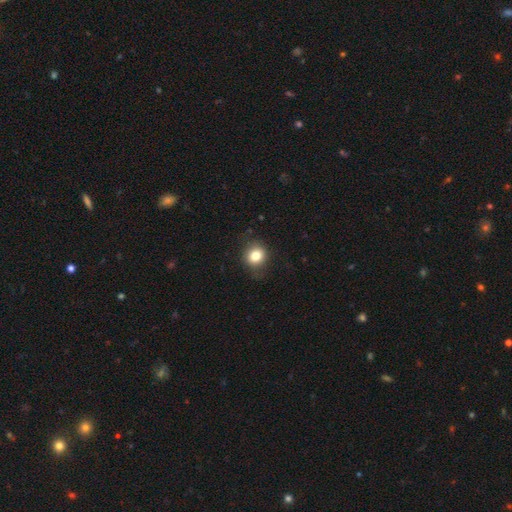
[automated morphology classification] A smooth galaxy with no disk features (81%) that is round (79%). Merging: none (80%).